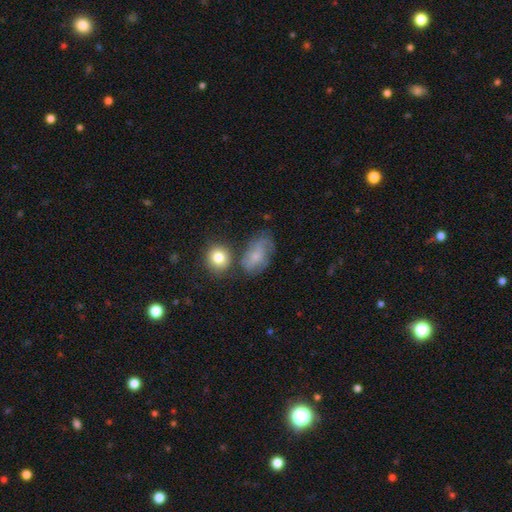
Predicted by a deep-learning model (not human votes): A smooth galaxy with no disk features (48%). Merging: none (47%).